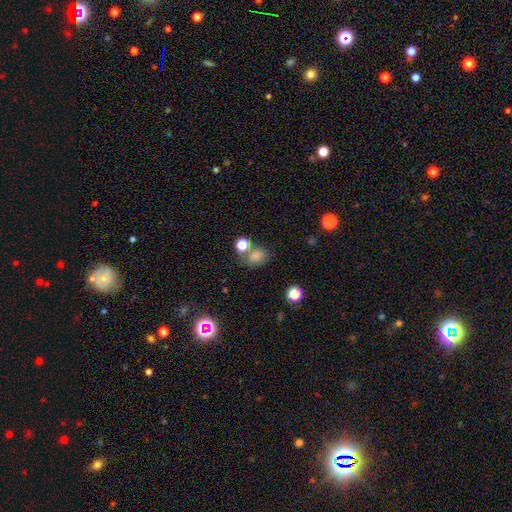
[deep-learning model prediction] A smooth galaxy with no disk features (78%) that is round (51%).

Vote fractions:
- Smooth or featured? smooth: 78% / star or artifact: 14% / featured or disk: 7%
- How rounded? round: 51% / in between: 48% / cigar-shaped: 1%
- Merging? none: 60% / merger: 21% / minor disturbance: 14% / major disturbance: 6%